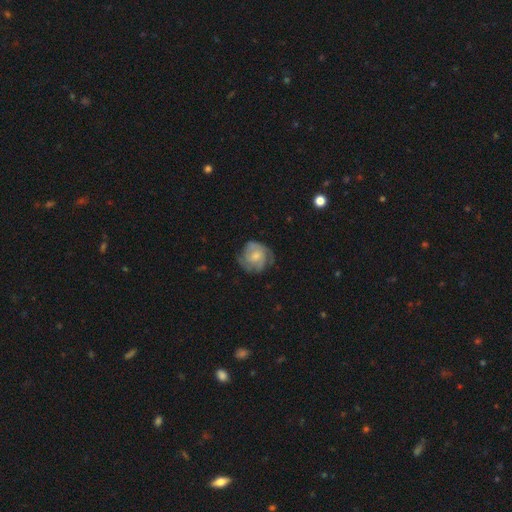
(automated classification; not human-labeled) Smooth or featured? featured or disk (61%)
Edge-on disk? no (98%)
Bar? no (65%)
Spiral arms? yes (86%)
Spiral winding? tight (52%)
Spiral arm count? can't tell (33%)
Bulge size? moderate (47%)
Merging? none (66%)